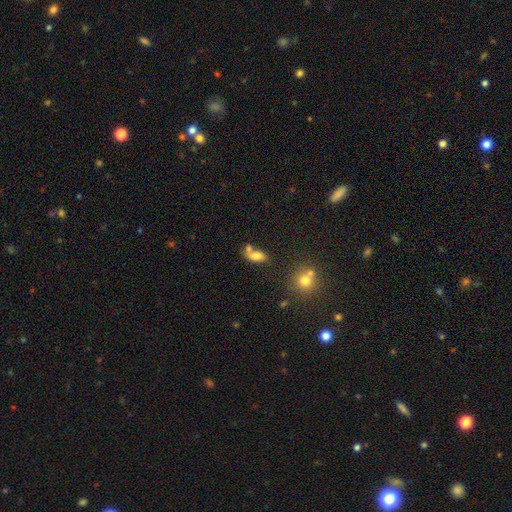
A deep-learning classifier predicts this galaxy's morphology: Smooth or featured? smooth (71%)
How rounded? in between (83%)
Merging? merger (41%)